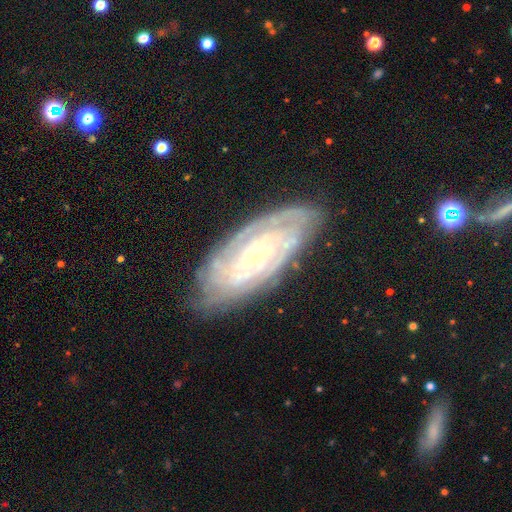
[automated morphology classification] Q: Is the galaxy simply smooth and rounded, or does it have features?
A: featured or disk — 81%.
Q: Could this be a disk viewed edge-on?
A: no — 91%.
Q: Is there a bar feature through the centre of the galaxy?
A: no — 69%.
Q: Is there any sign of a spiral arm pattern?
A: yes — 94%.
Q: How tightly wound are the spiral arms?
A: tight — 80%.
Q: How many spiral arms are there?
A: can't tell — 46%.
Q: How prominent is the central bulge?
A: small — 79%.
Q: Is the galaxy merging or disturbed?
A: none — 76%.